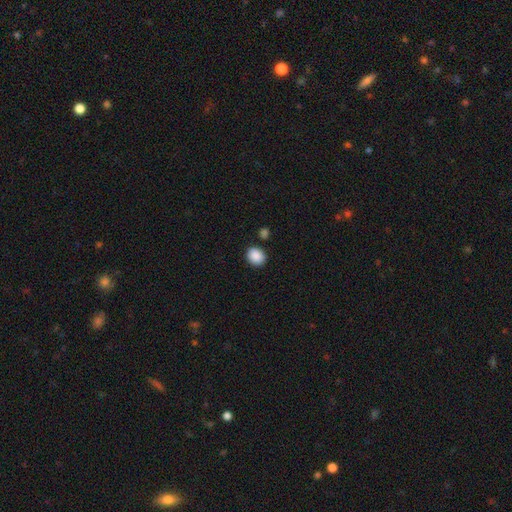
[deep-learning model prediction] A smooth galaxy with no disk features (89%) that is round (66%).

Vote fractions:
- Smooth or featured? smooth: 89% / star or artifact: 8% / featured or disk: 3%
- How rounded? round: 66% / in between: 33% / cigar-shaped: 1%
- Merging? none: 85% / minor disturbance: 8% / merger: 4% / major disturbance: 2%